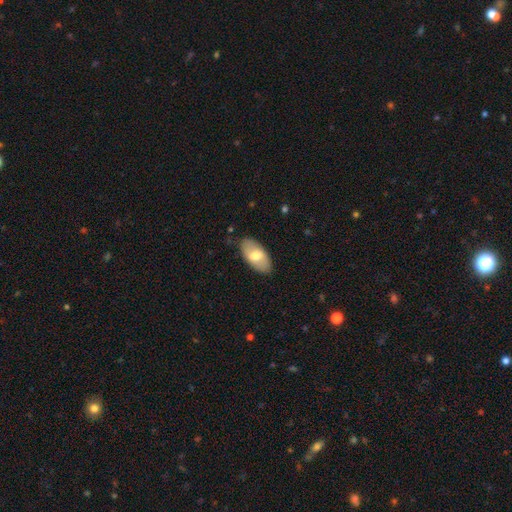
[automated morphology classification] smooth_or_featured: smooth (p=0.64) [alt: featured or disk p=0.30]
how_rounded: in between (p=0.93) [alt: cigar-shaped p=0.03]
merging: none (p=0.85) [alt: minor disturbance p=0.12]